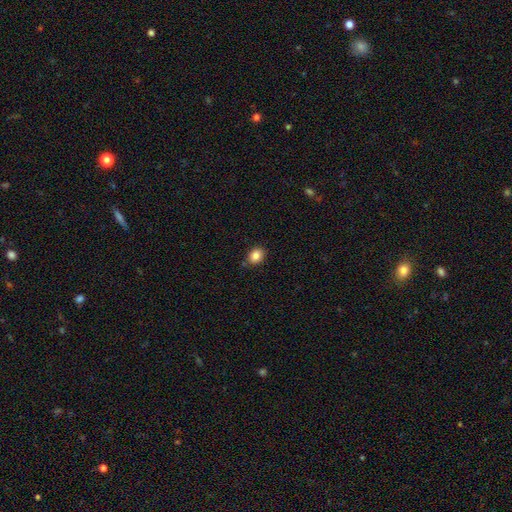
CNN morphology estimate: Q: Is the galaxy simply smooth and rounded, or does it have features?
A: smooth — 85%.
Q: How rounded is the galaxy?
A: round — 51%.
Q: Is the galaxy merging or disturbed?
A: none — 84%.